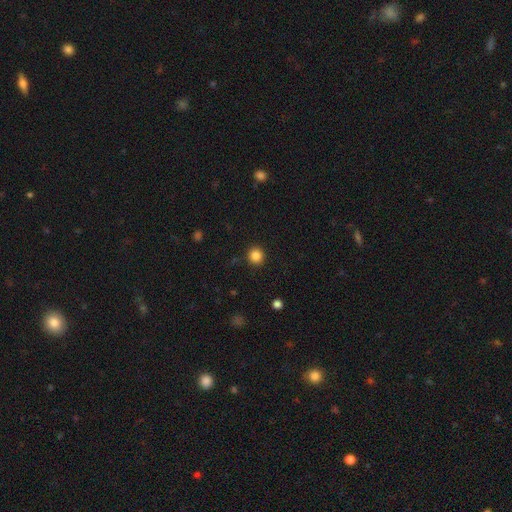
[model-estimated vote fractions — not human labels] Smooth or featured? Predicted: smooth (p=0.85). How rounded? Predicted: round (p=0.90). Merging? Predicted: none (p=0.90).